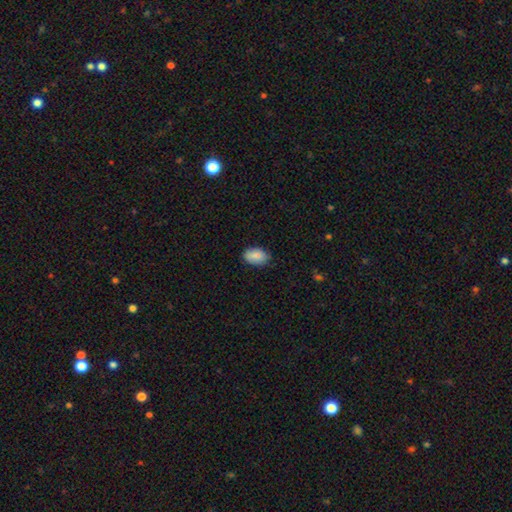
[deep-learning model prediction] A smooth galaxy with no disk features (83%) that is in between round and cigar-shaped (90%). Merging: none (78%).